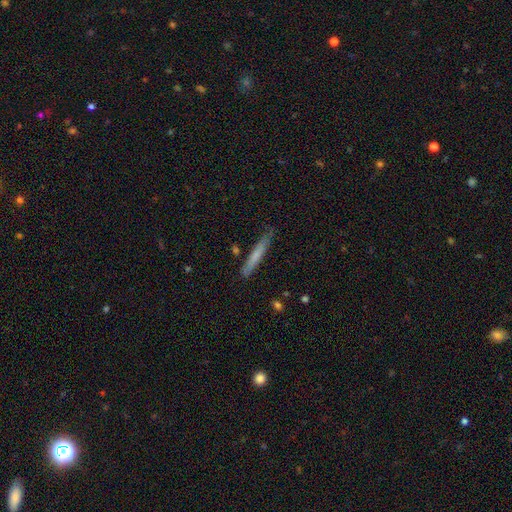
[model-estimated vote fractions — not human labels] smooth-or-featured: smooth: 64% | featured or disk: 30% | star or artifact: 6%
  how-rounded: cigar-shaped: 95% | in between: 4% | round: 1%
  merging: none: 81% | minor disturbance: 15% | major disturbance: 2% | merger: 2%